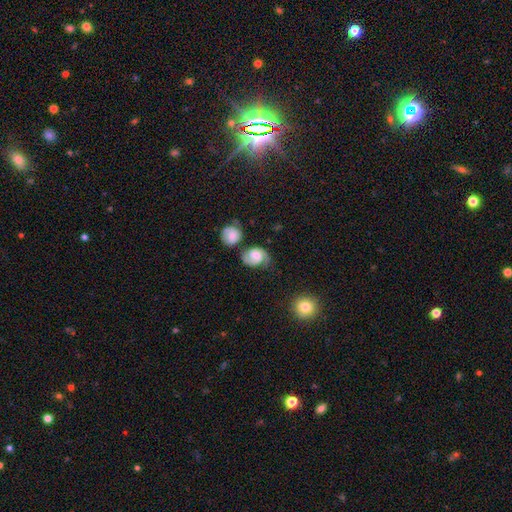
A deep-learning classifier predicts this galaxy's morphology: The model was most divided on "spiral winding": medium: 47%, tight: 38%, loose: 15%. More confident: edge-on disk — no (98%); spiral arms — yes (95%); spiral arm count — 2 (84%); smooth or featured — featured or disk (73%); merging — none (57%); bar — no (56%); bulge size — moderate (55%).